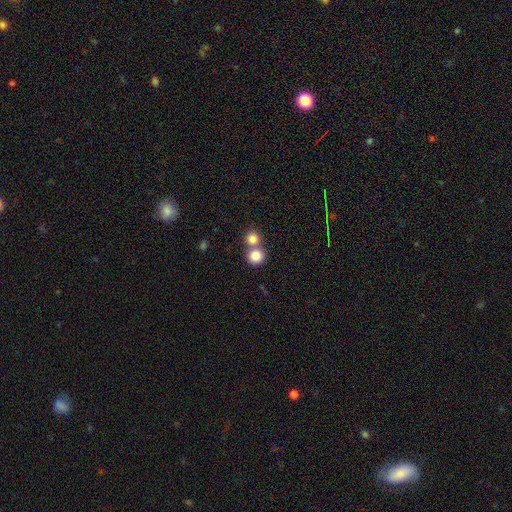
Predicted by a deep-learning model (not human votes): This is clearly a smooth galaxy (82%). How rounded: clearly round (88%). Merging: possibly none (48%).